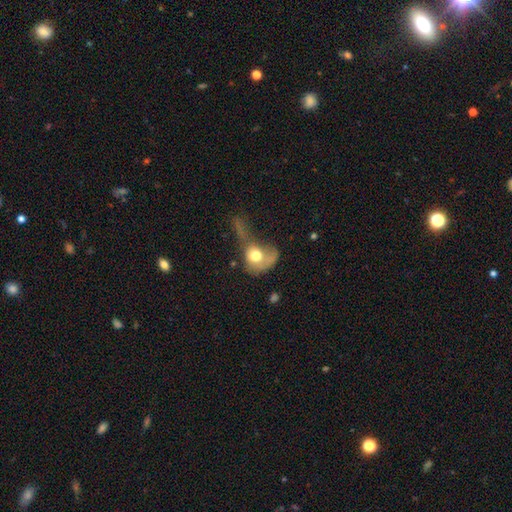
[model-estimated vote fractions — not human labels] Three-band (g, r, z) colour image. It shows a smooth galaxy with no disk features (64%) that is in between round and cigar-shaped (50%). Merging: major disturbance (53%).